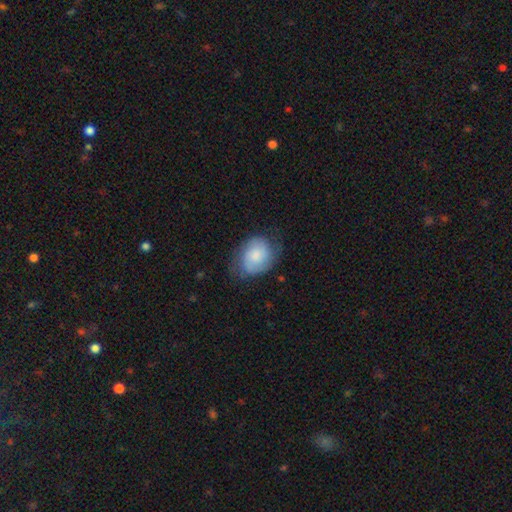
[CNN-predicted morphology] Q: Smooth or featured?
A: smooth (52%); runner-up: featured or disk (41%)
Q: How rounded?
A: in between (54%); runner-up: round (45%)
Q: Merging?
A: none (63%); runner-up: minor disturbance (26%)